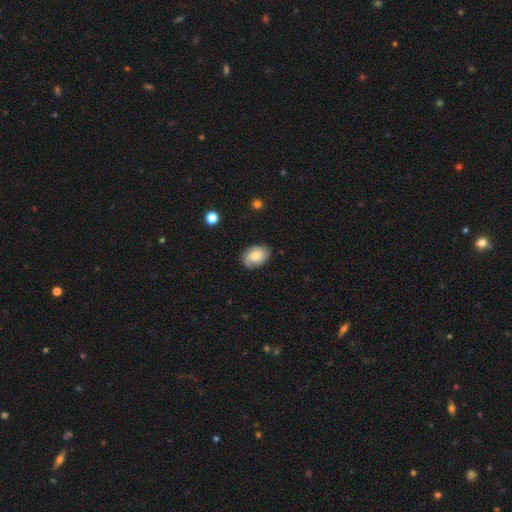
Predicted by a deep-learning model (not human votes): Smooth or featured? Predicted: smooth (p=0.46, tied with featured or disk). Merging? Predicted: none (p=0.80).